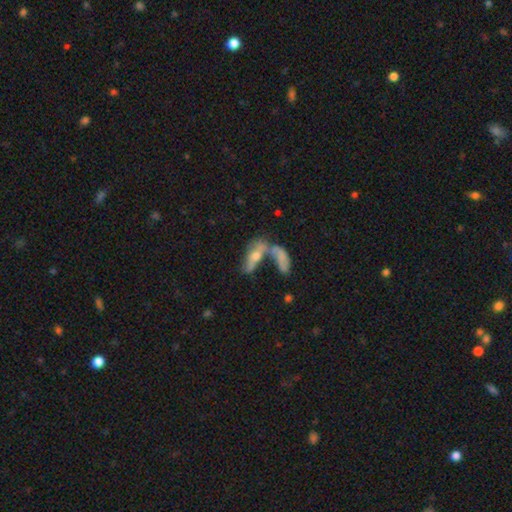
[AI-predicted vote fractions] Smooth or featured: featured or disk — 46% (smooth — 33%)
Merging: merger — 49% (none — 29%)